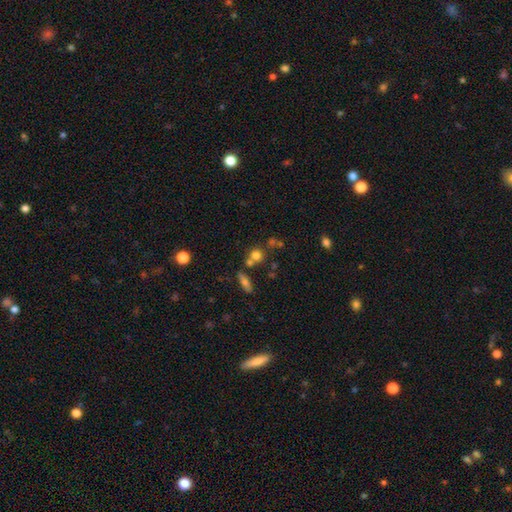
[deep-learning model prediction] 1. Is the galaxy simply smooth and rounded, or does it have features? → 71% smooth, 15% star or artifact, 14% featured or disk.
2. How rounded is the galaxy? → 83% round, 15% in between, 2% cigar-shaped.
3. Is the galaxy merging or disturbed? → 52% none, 34% merger, 10% minor disturbance, 4% major disturbance.